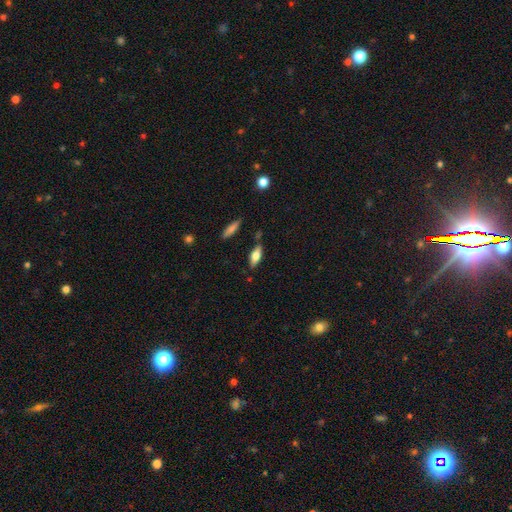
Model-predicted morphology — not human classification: smooth-or-featured: smooth: 66% | featured or disk: 27% | star or artifact: 7%
  how-rounded: in between: 68% | cigar-shaped: 29% | round: 3%
  merging: none: 80% | minor disturbance: 13% | merger: 4% | major disturbance: 3%